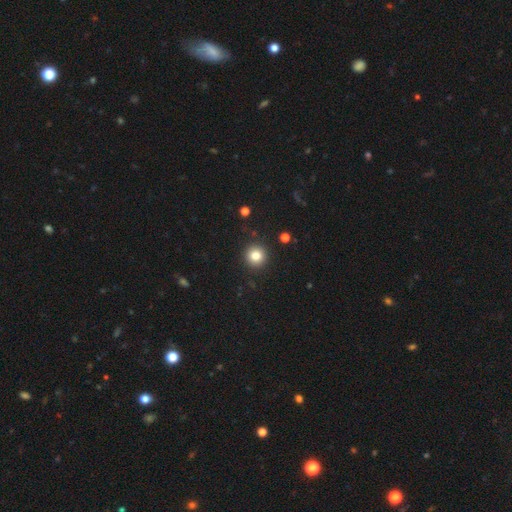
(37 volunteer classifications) A smooth galaxy with no disk features (95%) that is round (100%). Merging: none (95%).